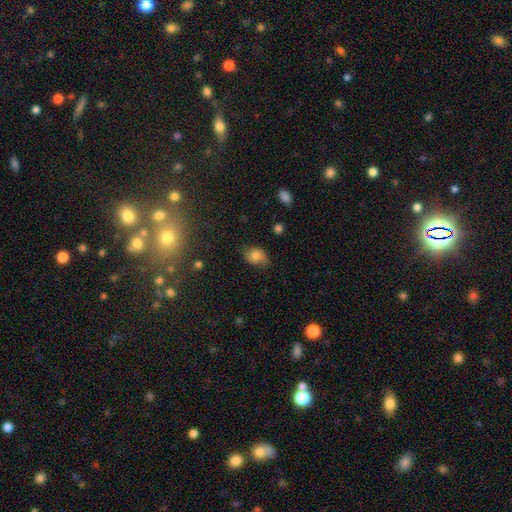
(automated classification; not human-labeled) Q: Smooth or featured?
A: smooth (73%); runner-up: featured or disk (18%)
Q: How rounded?
A: in between (78%); runner-up: round (21%)
Q: Merging?
A: none (71%); runner-up: minor disturbance (23%)